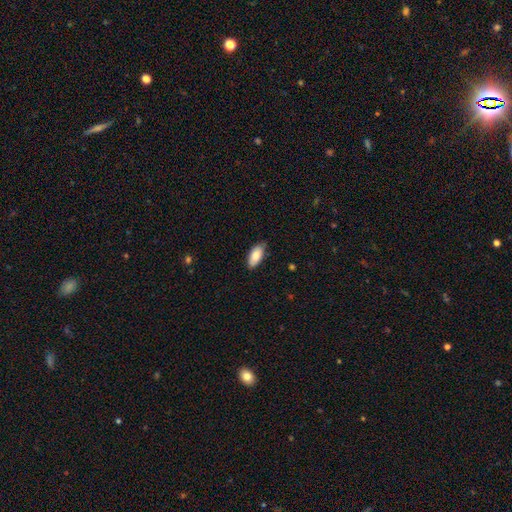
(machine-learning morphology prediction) The model was most divided on "merging": none: 80%, minor disturbance: 16%, major disturbance: 2%, merger: 1%. More confident: how rounded — in between (91%); smooth or featured — smooth (84%).